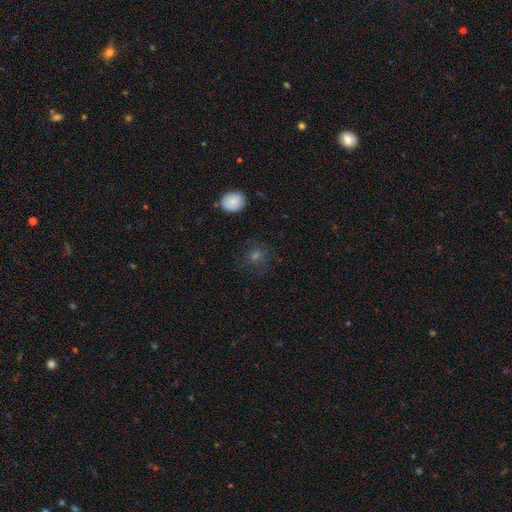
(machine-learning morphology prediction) Smooth or featured: smooth — 60% (star or artifact — 25%)
How rounded: round — 85% (in between — 14%)
Merging: none — 81% (minor disturbance — 12%)